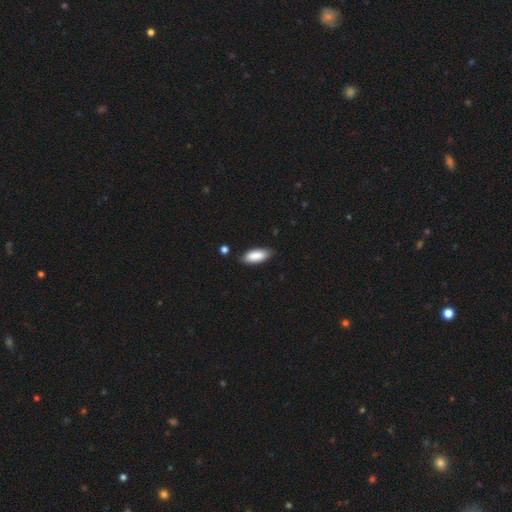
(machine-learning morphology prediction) Smooth or featured? Predicted: smooth (p=0.87). How rounded? Predicted: in between (p=0.82). Merging? Predicted: none (p=0.83).